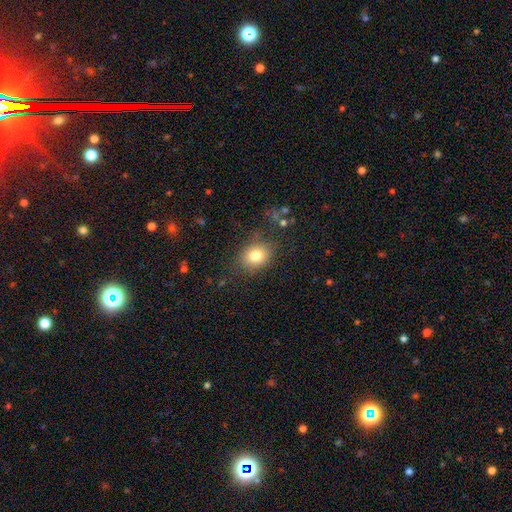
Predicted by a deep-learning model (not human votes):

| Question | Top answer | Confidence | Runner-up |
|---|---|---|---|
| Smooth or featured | smooth | 80% | star or artifact (11%) |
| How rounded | round | 50% | in between (49%) |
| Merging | none | 78% | minor disturbance (14%) |